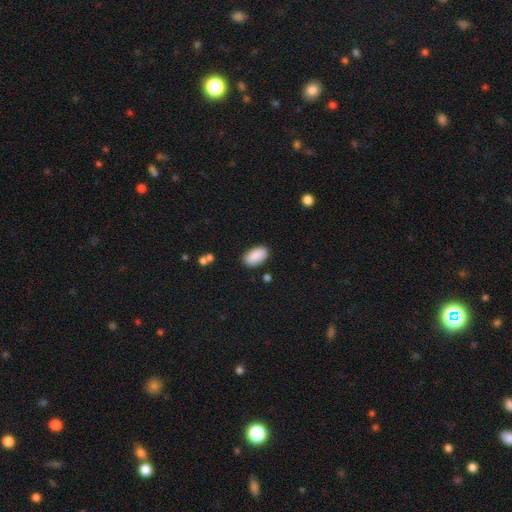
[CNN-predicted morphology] smooth 90%, star or artifact 7%, featured or disk 4%. Down the decision tree: how rounded — in between (95%); merging — none (86%).